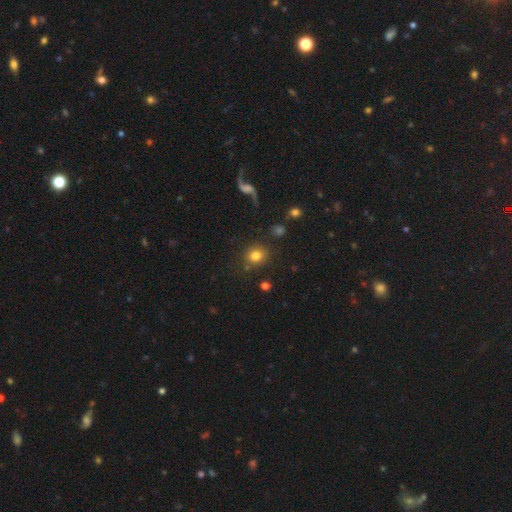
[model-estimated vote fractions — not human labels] Smooth or featured? smooth (80%)
How rounded? round (79%)
Merging? none (83%)